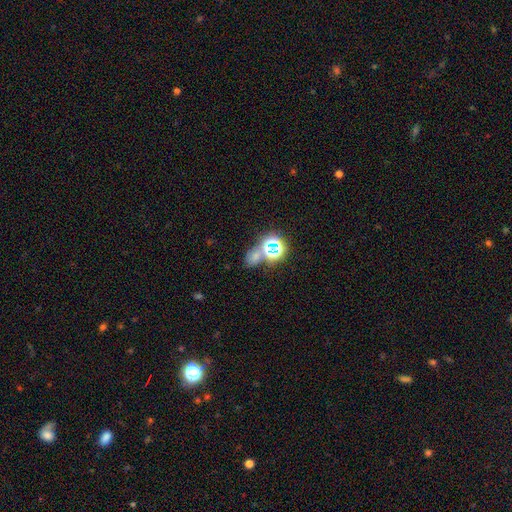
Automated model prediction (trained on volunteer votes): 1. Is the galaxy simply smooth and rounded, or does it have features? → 47% star or artifact, 42% smooth, 11% featured or disk.